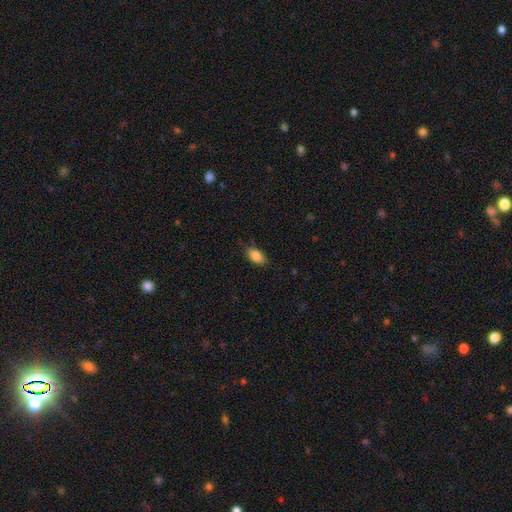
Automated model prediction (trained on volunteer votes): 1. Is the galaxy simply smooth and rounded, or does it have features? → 87% smooth, 8% star or artifact, 6% featured or disk.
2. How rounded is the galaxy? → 91% in between, 6% round, 3% cigar-shaped.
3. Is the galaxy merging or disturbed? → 80% none, 16% minor disturbance, 3% major disturbance, 1% merger.